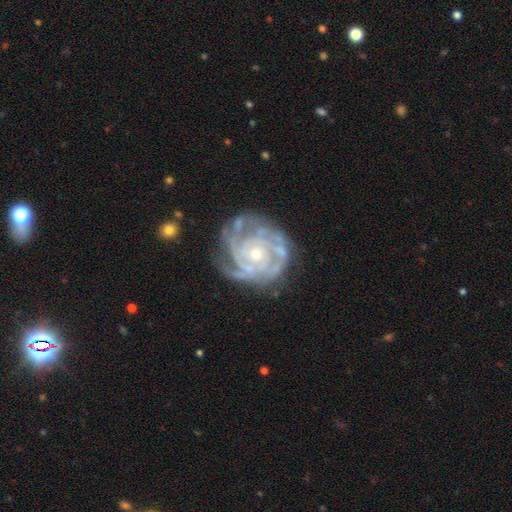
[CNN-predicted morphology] Smooth or featured? Predicted: featured or disk (p=0.85). Edge-on disk? Predicted: no (p=0.97). Bar? Predicted: no (p=0.78). Spiral arms? Predicted: yes (p=0.92). Spiral winding? Predicted: tight (p=0.72). Spiral arm count? Predicted: can't tell (p=0.37). Bulge size? Predicted: small (p=0.61). Merging? Predicted: none (p=0.68).